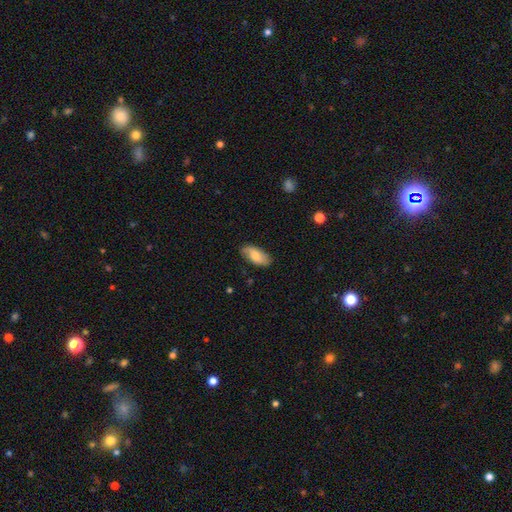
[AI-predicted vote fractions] Smooth or featured? smooth (65%)
How rounded? in between (91%)
Merging? none (78%)